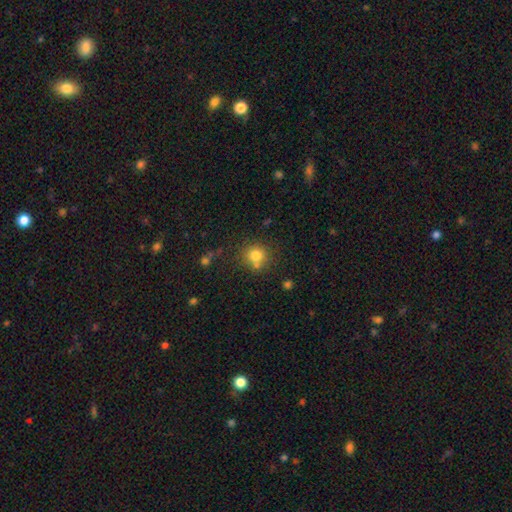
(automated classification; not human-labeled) A smooth galaxy with no disk features (79%) that is round (88%).

Vote fractions:
- Smooth or featured? smooth: 79% / star or artifact: 13% / featured or disk: 8%
- How rounded? round: 88% / in between: 11% / cigar-shaped: 1%
- Merging? none: 71% / merger: 14% / minor disturbance: 12% / major disturbance: 4%